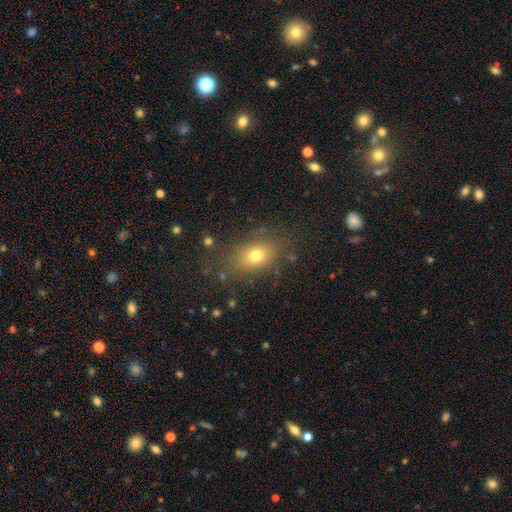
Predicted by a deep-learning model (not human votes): Morphology: type=smooth (72%); roundness=in between (71%); merging=none (78%).